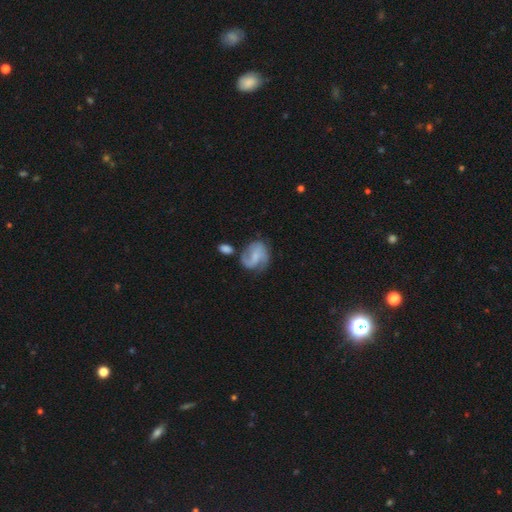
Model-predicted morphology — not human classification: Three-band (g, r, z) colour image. It shows a featured or disk galaxy (65%) with a weak bar (46%), 2 (71%) medium (45%) spiral arms (89%) and a small central bulge (37%, tied with none). Merging: none (52%).